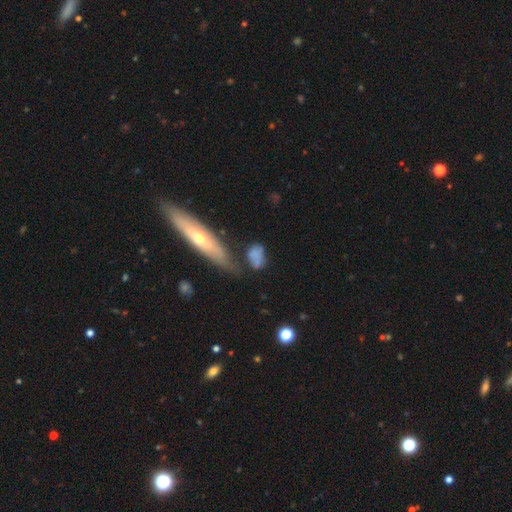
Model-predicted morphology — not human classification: The model was most divided on "merging": none: 40%, minor disturbance: 24%, merger: 20%, major disturbance: 16%. More confident: how rounded — in between (72%); smooth or featured — smooth (68%).